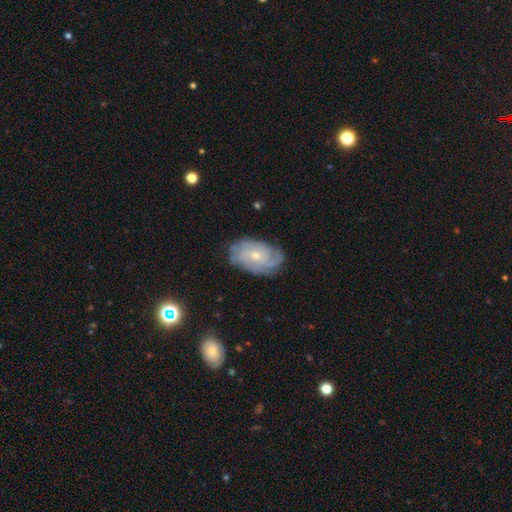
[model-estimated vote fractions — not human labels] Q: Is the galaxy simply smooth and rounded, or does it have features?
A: featured or disk — 80%.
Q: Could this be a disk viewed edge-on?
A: no — 96%.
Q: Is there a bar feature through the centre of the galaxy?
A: no — 73%.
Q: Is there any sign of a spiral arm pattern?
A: yes — 94%.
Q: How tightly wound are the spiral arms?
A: tight — 62%.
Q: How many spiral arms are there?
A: can't tell — 37%.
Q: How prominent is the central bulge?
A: small — 60%.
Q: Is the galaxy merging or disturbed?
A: none — 76%.